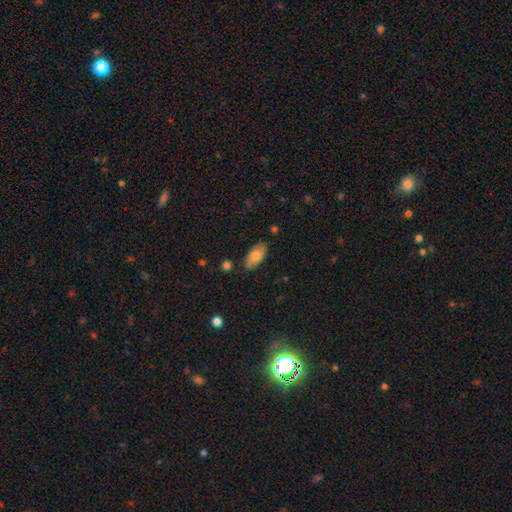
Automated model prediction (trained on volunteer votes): Overall: smooth (75%). How rounded: in between (91%). Merging: none (84%).